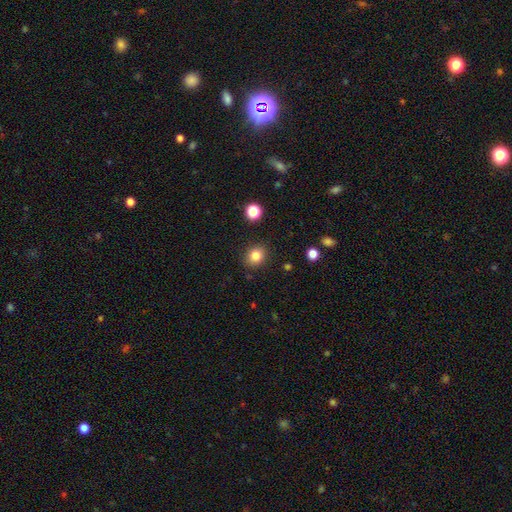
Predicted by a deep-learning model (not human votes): smooth_or_featured: smooth (p=0.83) [alt: star or artifact p=0.11]
how_rounded: round (p=0.69) [alt: in between p=0.30]
merging: none (p=0.89) [alt: minor disturbance p=0.07]